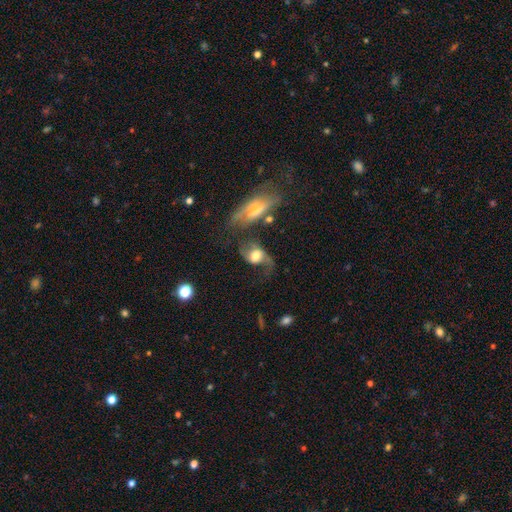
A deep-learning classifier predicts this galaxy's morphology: This is likely a featured or disk galaxy (65%). It is clearly not viewed edge-on (95%). Bar: possibly no (59%). Spiral arm pattern: clearly yes (87%). Spiral arm count: likely 2 (72%). Spiral winding: likely loose (69%). Central bulge: possibly moderate (50%). Merging: marginally none (34%).